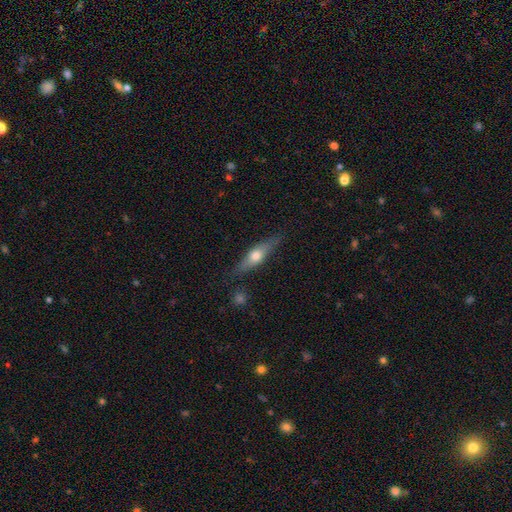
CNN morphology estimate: type=featured or disk (50%); edge-on=yes (90%); merging=none (82%).